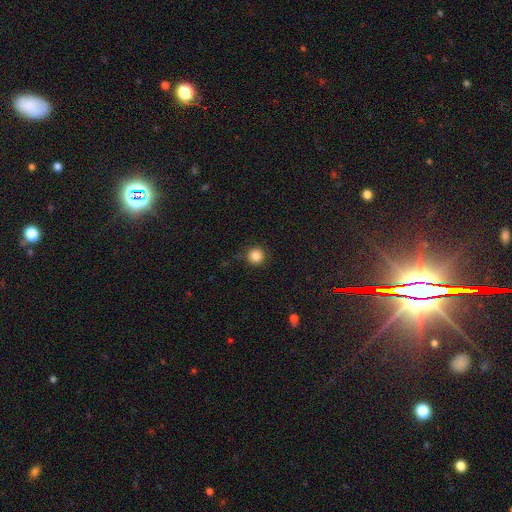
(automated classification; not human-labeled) smooth_or_featured: smooth (p=0.85) [alt: star or artifact p=0.11]
how_rounded: round (p=0.95) [alt: in between p=0.04]
merging: none (p=0.86) [alt: minor disturbance p=0.10]